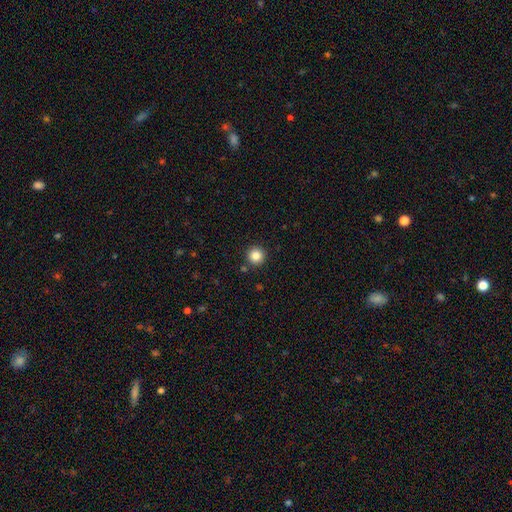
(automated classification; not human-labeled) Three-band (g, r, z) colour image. It shows a smooth galaxy with no disk features (85%) that is round (96%). Merging: none (91%).